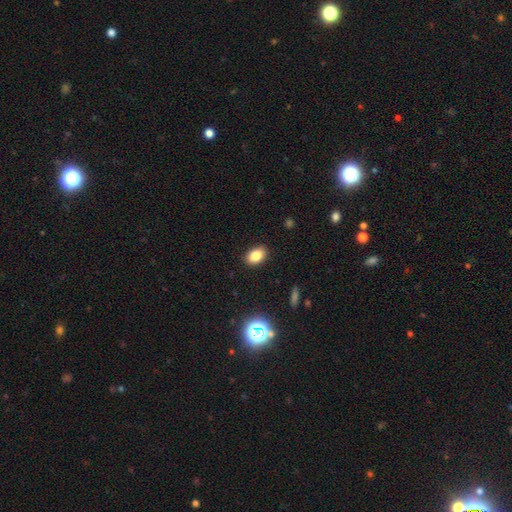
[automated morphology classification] Smooth or featured? smooth (83%)
How rounded? in between (83%)
Merging? none (88%)